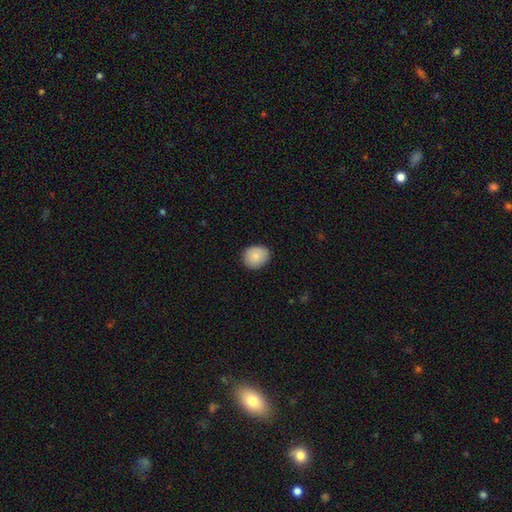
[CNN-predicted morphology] This is clearly a smooth galaxy (85%). How rounded: likely round (74%). Merging: clearly none (86%).